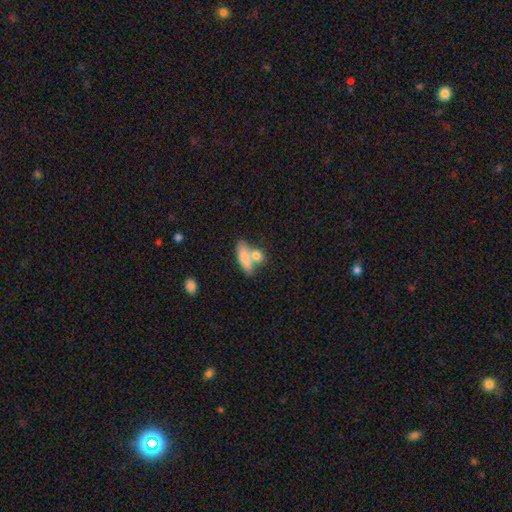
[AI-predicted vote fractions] smooth_or_featured: smooth (p=0.73) [alt: featured or disk p=0.18]
how_rounded: in between (p=0.49) [alt: cigar-shaped p=0.36]
merging: none (p=0.47) [alt: merger p=0.36]